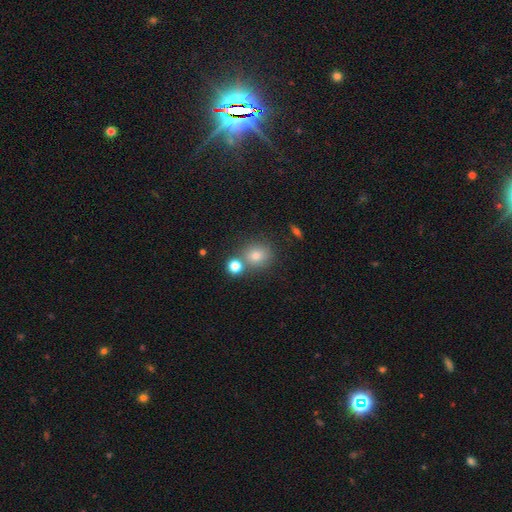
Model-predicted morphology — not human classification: type=smooth (75%); roundness=round (74%); merging=none (65%).